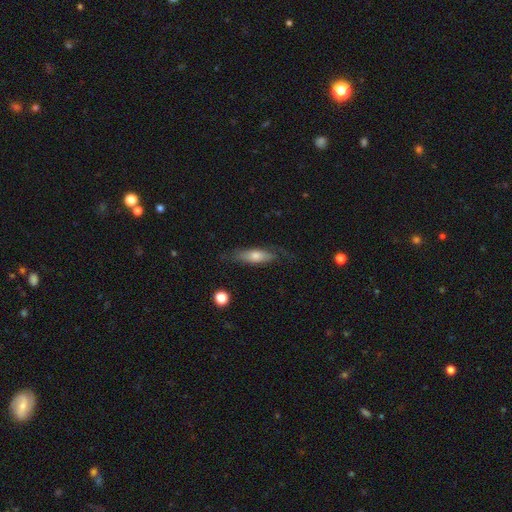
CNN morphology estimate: Overall: smooth (47%; featured or disk 45%). Merging: none (69%).